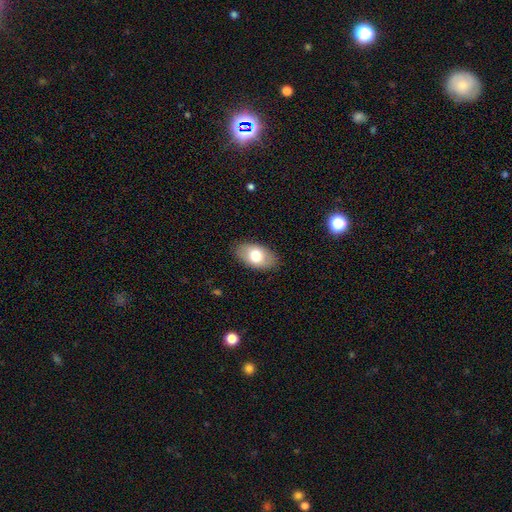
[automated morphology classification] This appears to be a smooth galaxy with no disk features (71%) that is in between round and cigar-shaped (93%). Merging: none (87%).